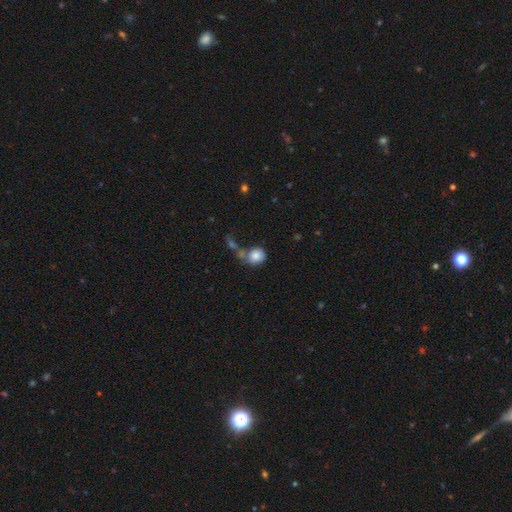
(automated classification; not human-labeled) Smooth or featured?
  - smooth: 83% *
  - star or artifact: 8%
  - featured or disk: 8%
How rounded?
  - round: 76% *
  - in between: 22%
  - cigar-shaped: 1%
Merging?
  - none: 45% *
  - merger: 33%
  - minor disturbance: 14%
  - major disturbance: 8%